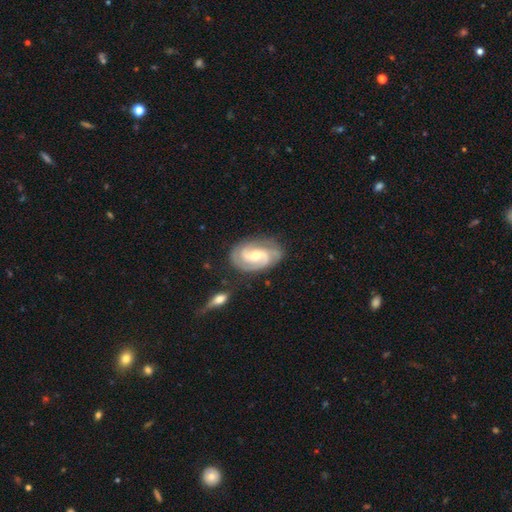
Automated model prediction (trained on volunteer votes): This appears to be a featured or disk galaxy (88%) with a weak bar (44%), 2 (49%) tight (55%) spiral arms (97%) and a moderate central bulge (55%). Merging: none (76%).